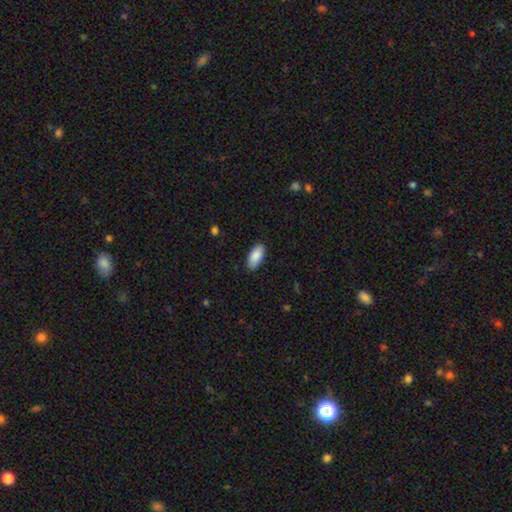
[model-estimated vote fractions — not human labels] A smooth galaxy with no disk features (89%) that is in between round and cigar-shaped (91%).

Vote fractions:
- Smooth or featured? smooth: 89% / star or artifact: 6% / featured or disk: 5%
- How rounded? in between: 91% / cigar-shaped: 7% / round: 2%
- Merging? none: 87% / minor disturbance: 10% / major disturbance: 2% / merger: 1%